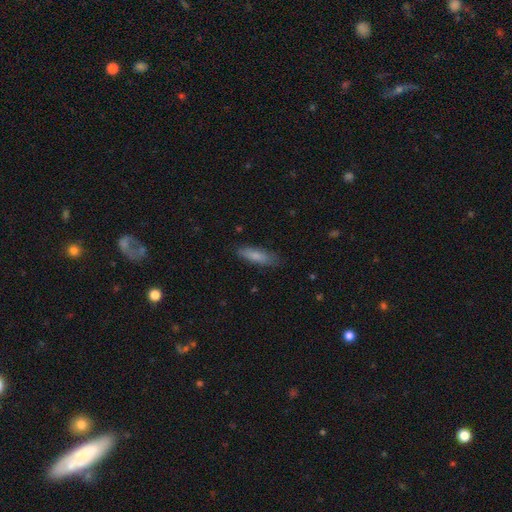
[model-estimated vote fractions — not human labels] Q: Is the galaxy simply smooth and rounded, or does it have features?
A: smooth — 80%.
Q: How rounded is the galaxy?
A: cigar-shaped — 65%.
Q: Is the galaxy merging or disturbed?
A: none — 81%.